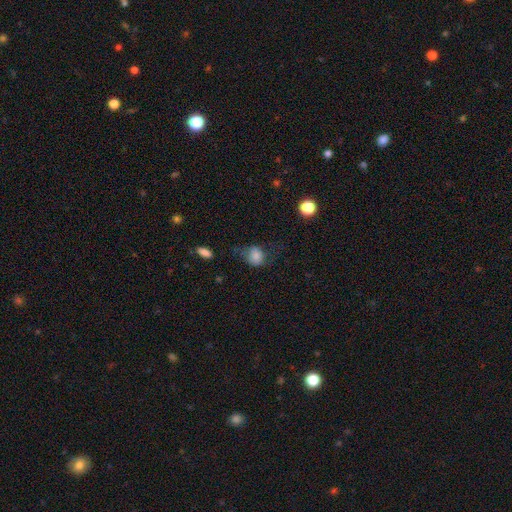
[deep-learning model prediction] Overall: smooth (77%). How rounded: round (59%; in between 40%). Merging: none (47%; minor disturbance 28%).